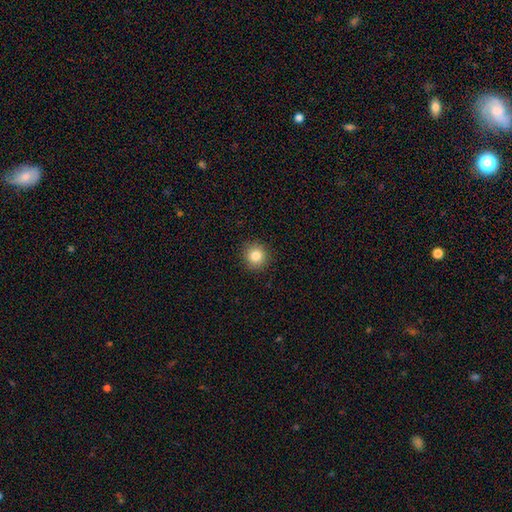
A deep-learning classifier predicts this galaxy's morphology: smooth_or_featured: smooth (p=0.83) [alt: star or artifact p=0.11]
how_rounded: round (p=0.93) [alt: in between p=0.06]
merging: none (p=0.91) [alt: minor disturbance p=0.06]